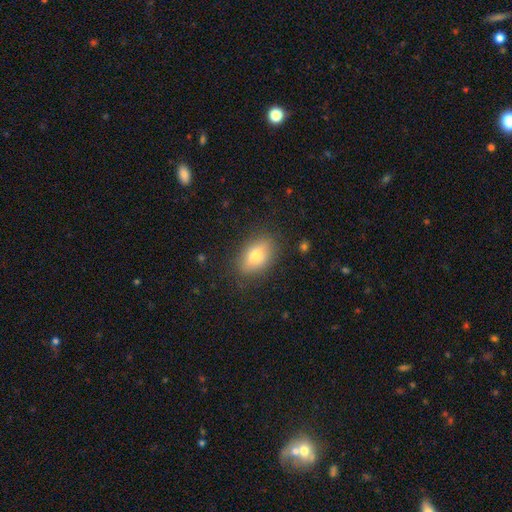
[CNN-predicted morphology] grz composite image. It shows a smooth galaxy with no disk features (71%) that is in between round and cigar-shaped (85%). Merging: none (82%).